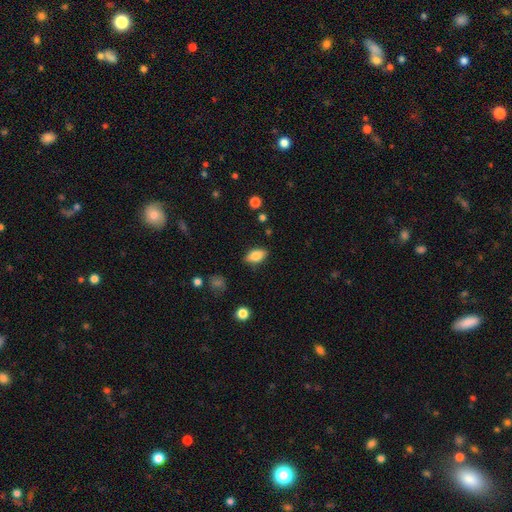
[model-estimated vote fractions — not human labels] Smooth or featured? Predicted: smooth (p=0.82). How rounded? Predicted: in between (p=0.90). Merging? Predicted: none (p=0.84).